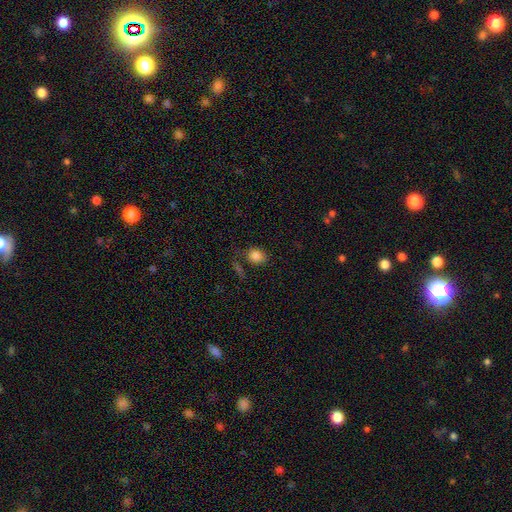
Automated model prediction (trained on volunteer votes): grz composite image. It shows a smooth galaxy with no disk features (83%) that is round (51%). Merging: none (66%).